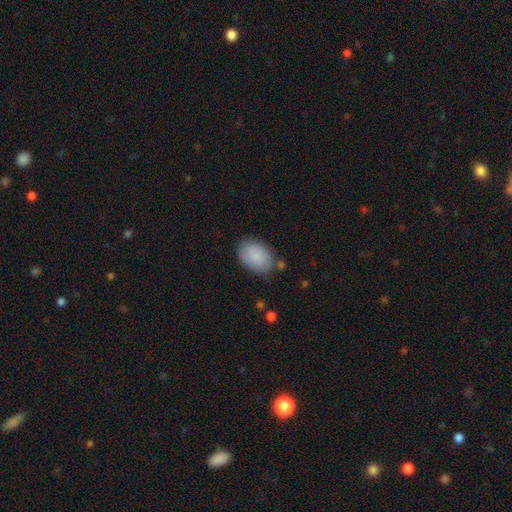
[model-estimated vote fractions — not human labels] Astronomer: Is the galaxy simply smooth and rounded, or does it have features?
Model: smooth — 84%.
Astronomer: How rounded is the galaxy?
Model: in between — 86%.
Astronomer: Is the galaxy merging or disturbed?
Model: none — 77%.